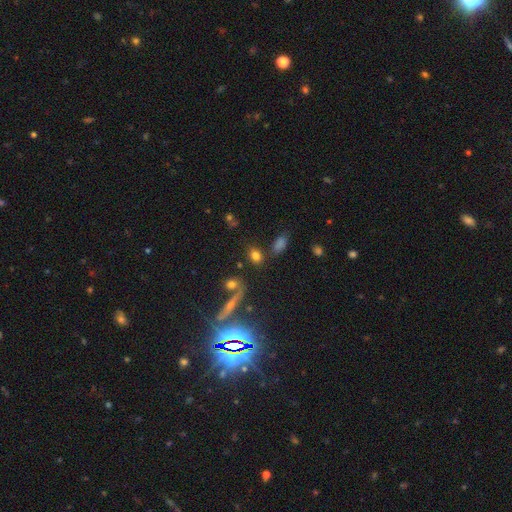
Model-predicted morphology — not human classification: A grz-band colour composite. It shows a smooth galaxy with no disk features (77%) that is in between round and cigar-shaped (75%). Merging: none (72%).